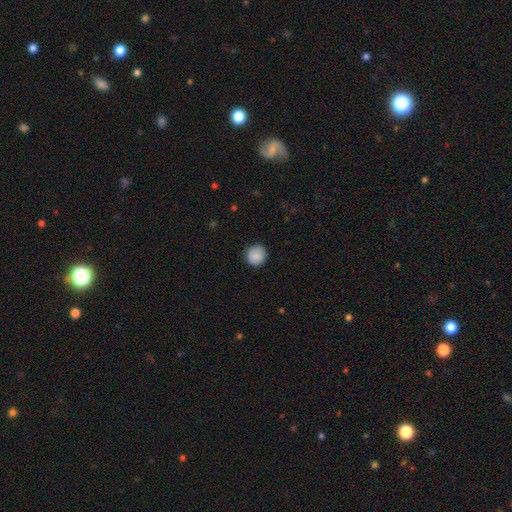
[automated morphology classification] The model was most divided on "smooth or featured": smooth: 87%, star or artifact: 8%, featured or disk: 6%. More confident: how rounded — round (93%); merging — none (89%).